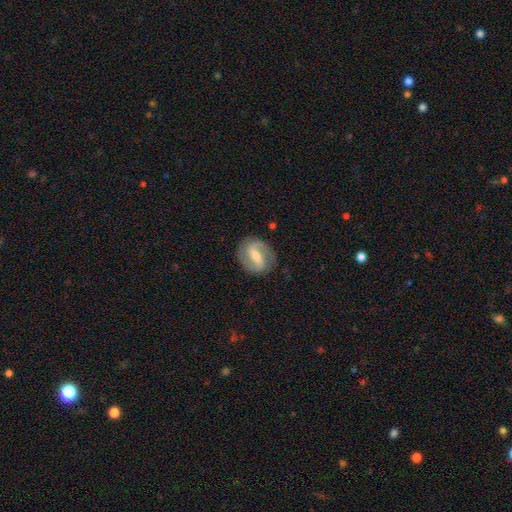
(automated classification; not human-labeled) Smooth or featured? Predicted: featured or disk (p=0.83). Edge-on disk? Predicted: no (p=0.97). Bar? Predicted: strong (p=0.55). Spiral arms? Predicted: yes (p=0.92). Spiral winding? Predicted: medium (p=0.48). Spiral arm count? Predicted: 2 (p=0.90). Bulge size? Predicted: small (p=0.47). Merging? Predicted: none (p=0.83).